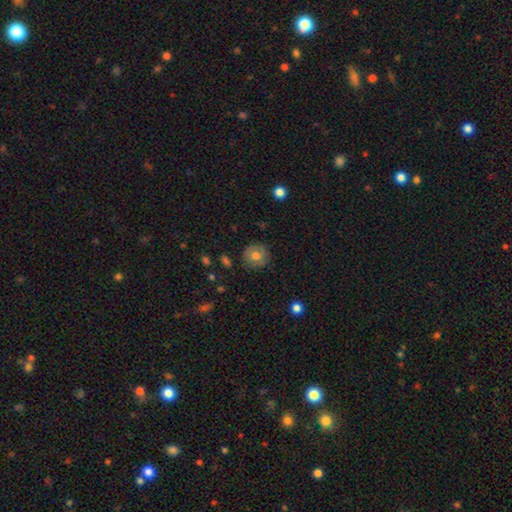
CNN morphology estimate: This is likely a smooth galaxy (67%). How rounded: clearly round (90%). Merging: clearly none (82%).